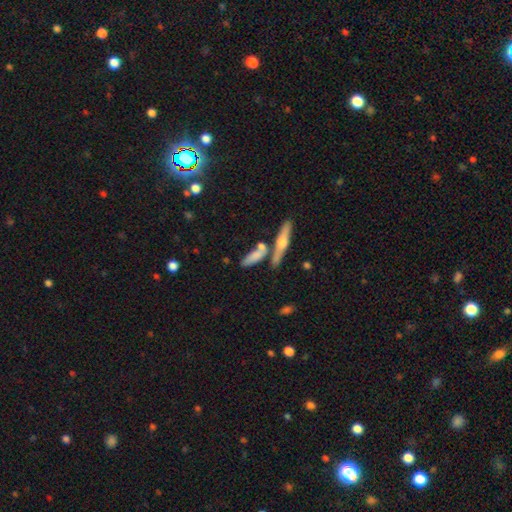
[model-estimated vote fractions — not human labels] Q: Smooth or featured?
A: smooth (62%); runner-up: featured or disk (31%)
Q: How rounded?
A: cigar-shaped (51%); runner-up: in between (44%)
Q: Merging?
A: none (55%); runner-up: merger (26%)